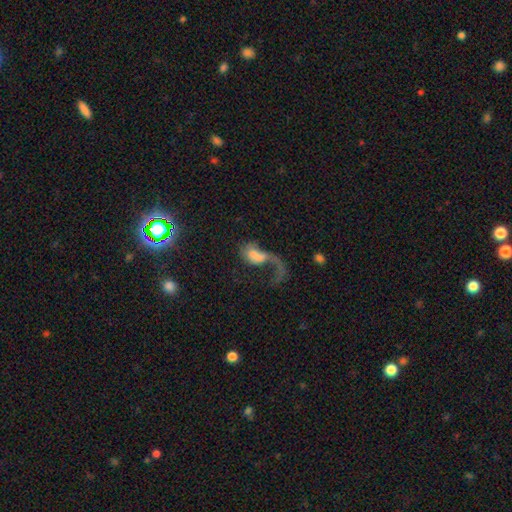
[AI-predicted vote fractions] Smooth or featured? featured or disk (51%)
Edge-on disk? no (96%)
Merging? major disturbance (55%)